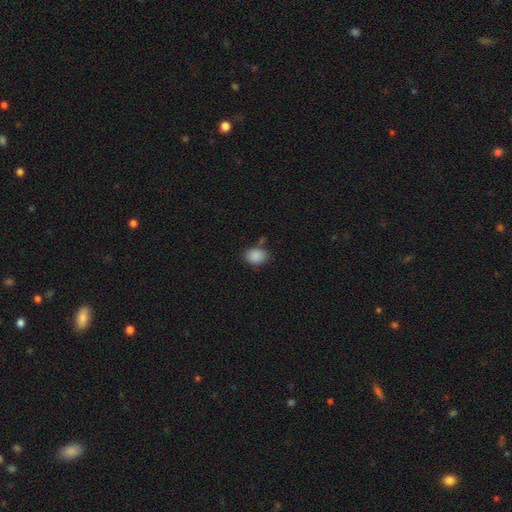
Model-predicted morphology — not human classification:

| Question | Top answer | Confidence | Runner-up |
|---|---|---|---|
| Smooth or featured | smooth | 88% | star or artifact (9%) |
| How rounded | in between | 55% | round (44%) |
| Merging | none | 72% | minor disturbance (17%) |